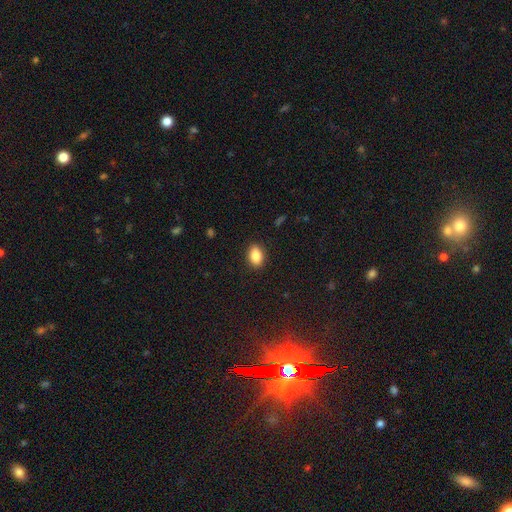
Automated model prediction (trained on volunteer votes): This appears to be a smooth galaxy with no disk features (87%) that is in between round and cigar-shaped (85%). Merging: none (89%).